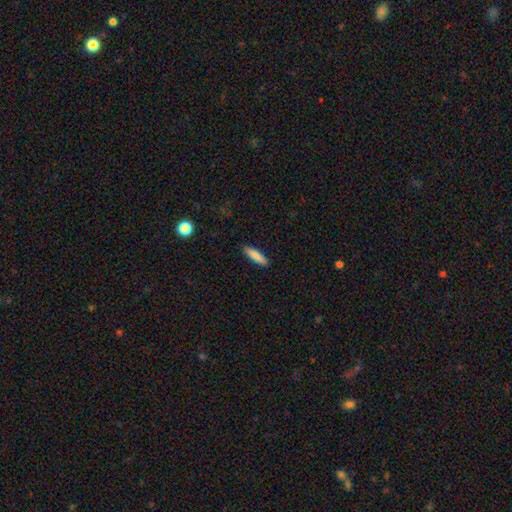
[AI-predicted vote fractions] Smooth or featured? smooth (86%)
How rounded? cigar-shaped (75%)
Merging? none (90%)